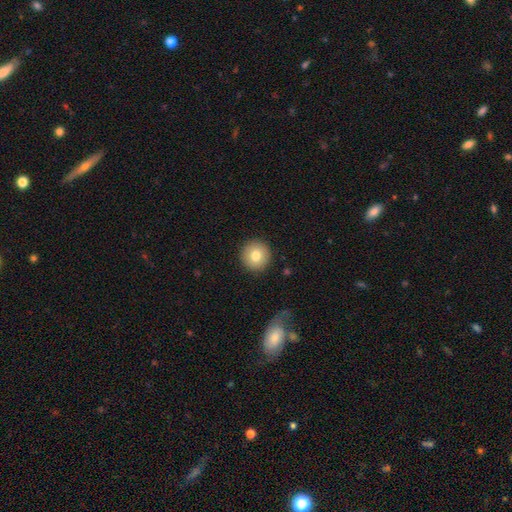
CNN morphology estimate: Overall: smooth (78%). How rounded: round (95%). Merging: none (91%).